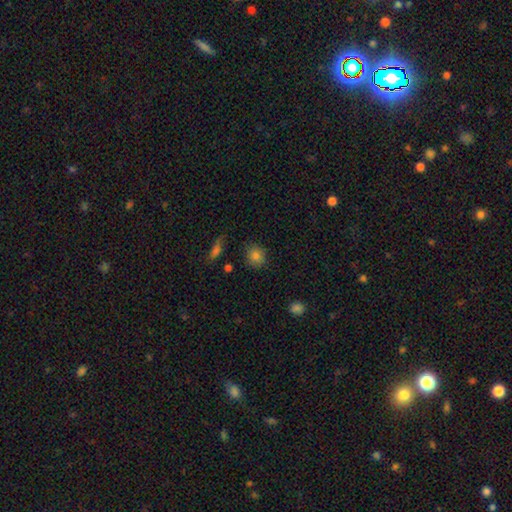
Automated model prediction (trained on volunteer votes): Smooth or featured? Predicted: smooth (p=0.83). How rounded? Predicted: round (p=0.81). Merging? Predicted: none (p=0.83).